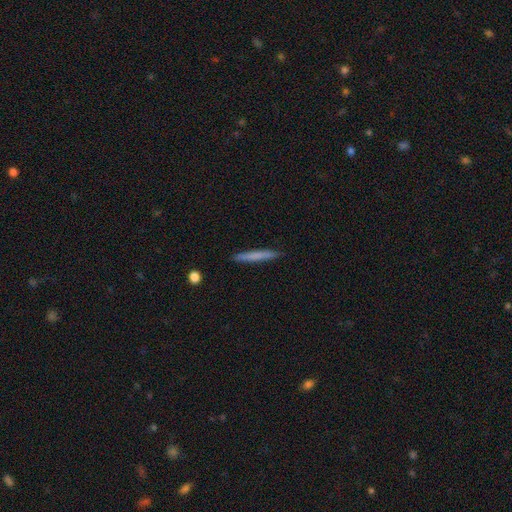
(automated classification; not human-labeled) Smooth or featured? smooth (69%)
How rounded? cigar-shaped (96%)
Merging? none (90%)